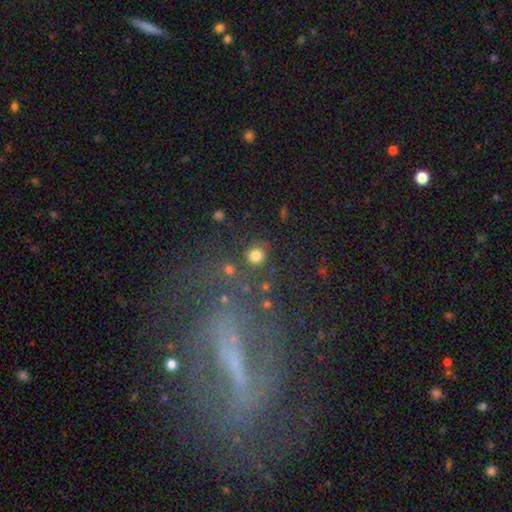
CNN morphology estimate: Smooth or featured? Predicted: smooth (p=0.81). How rounded? Predicted: round (p=0.94). Merging? Predicted: none (p=0.84).